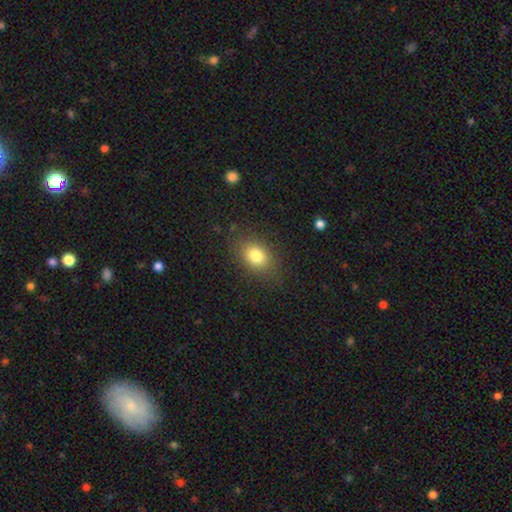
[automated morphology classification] A smooth galaxy with no disk features (80%) that is in between round and cigar-shaped (68%).

Vote fractions:
- Smooth or featured? smooth: 80% / star or artifact: 11% / featured or disk: 9%
- How rounded? in between: 68% / round: 31% / cigar-shaped: 1%
- Merging? none: 82% / minor disturbance: 12% / major disturbance: 4% / merger: 1%